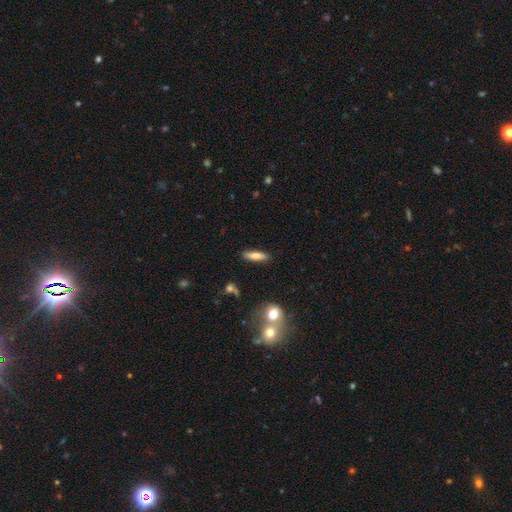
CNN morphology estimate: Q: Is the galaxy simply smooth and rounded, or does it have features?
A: smooth — 75%.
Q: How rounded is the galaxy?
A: cigar-shaped — 67%.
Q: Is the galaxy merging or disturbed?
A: none — 88%.